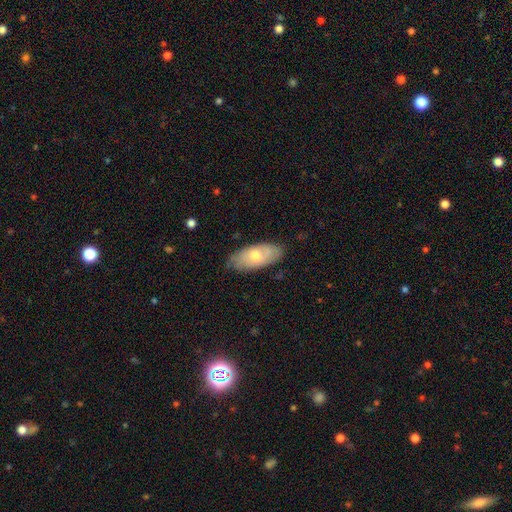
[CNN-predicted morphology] Smooth or featured? Predicted: smooth (p=0.58). How rounded? Predicted: in between (p=0.88). Merging? Predicted: none (p=0.77).